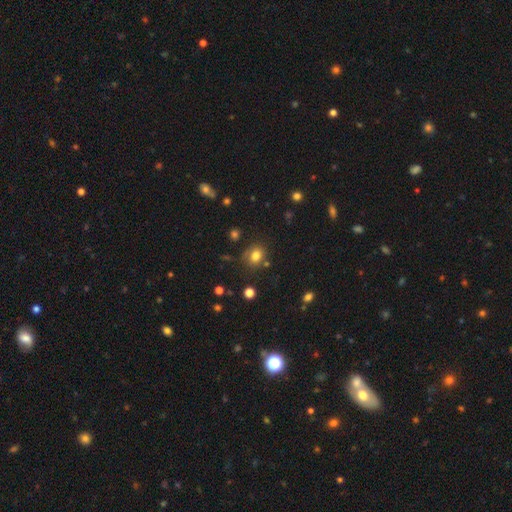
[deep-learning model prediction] A smooth galaxy with no disk features (79%) that is round (65%). Merging: none (73%).